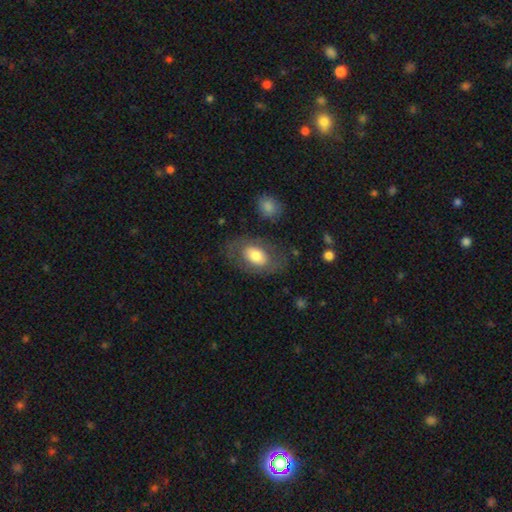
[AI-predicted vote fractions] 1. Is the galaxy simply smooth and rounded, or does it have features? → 62% smooth, 31% featured or disk, 7% star or artifact.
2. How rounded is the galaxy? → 87% in between, 11% round, 1% cigar-shaped.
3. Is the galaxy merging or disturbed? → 73% none, 15% minor disturbance, 10% major disturbance, 3% merger.